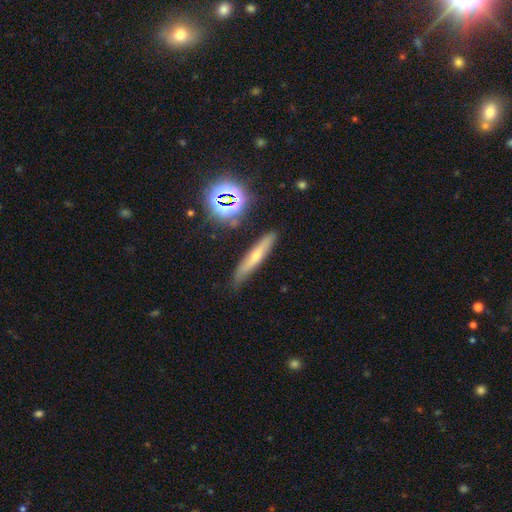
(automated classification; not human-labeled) Overall: smooth (44%; featured or disk 42%). Merging: none (82%).